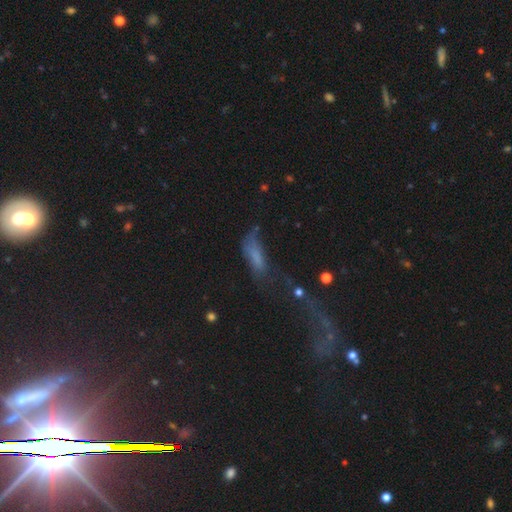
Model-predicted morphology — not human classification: This is possibly a smooth galaxy (58%). How rounded: possibly in between (58%). Merging: marginally major disturbance (39%).